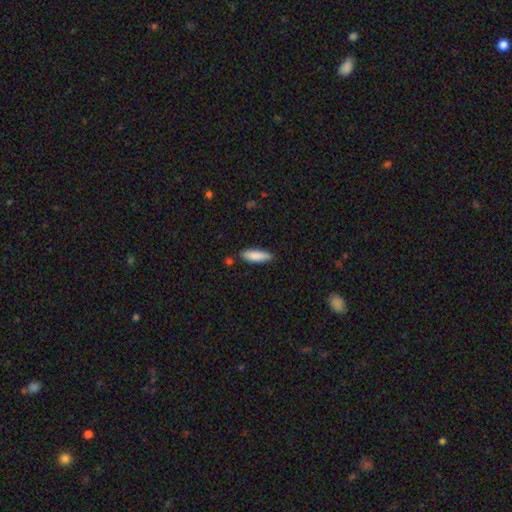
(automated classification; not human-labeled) smooth_or_featured: smooth (p=0.86) [alt: featured or disk p=0.08]
how_rounded: cigar-shaped (p=0.51) [alt: in between p=0.47]
merging: none (p=0.81) [alt: minor disturbance p=0.14]